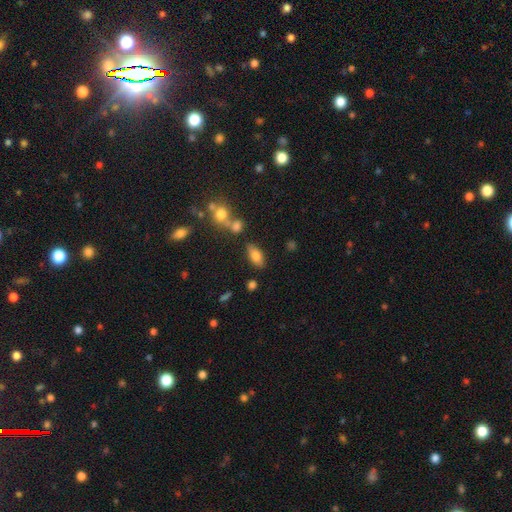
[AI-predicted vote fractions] A smooth galaxy with no disk features (76%) that is in between round and cigar-shaped (85%). Merging: none (76%).